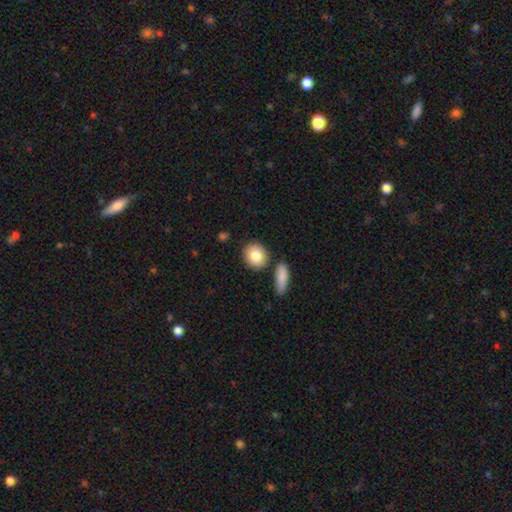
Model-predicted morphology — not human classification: The model was most divided on "how rounded": round: 68%, in between: 29%, cigar-shaped: 2%. More confident: smooth or featured — smooth (84%); merging — none (79%).